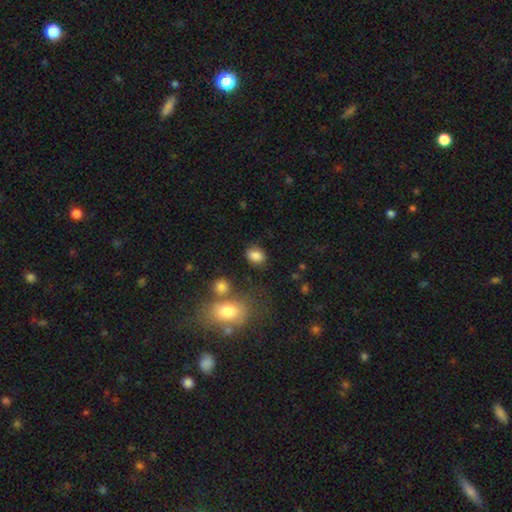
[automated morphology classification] smooth 84%, star or artifact 9%, featured or disk 7%. Down the decision tree: how rounded — in between (70%); merging — none (78%).